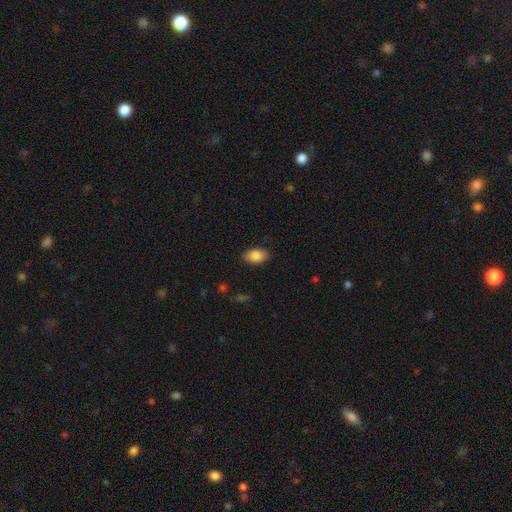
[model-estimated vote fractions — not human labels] Smooth or featured? Predicted: smooth (p=0.87). How rounded? Predicted: in between (p=0.91). Merging? Predicted: none (p=0.85).